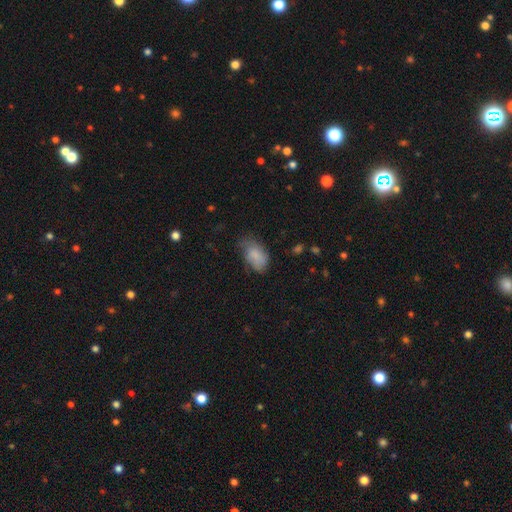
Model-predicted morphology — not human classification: Smooth or featured: smooth — 80% (featured or disk — 13%)
How rounded: in between — 91% (round — 7%)
Merging: none — 45% (minor disturbance — 37%)